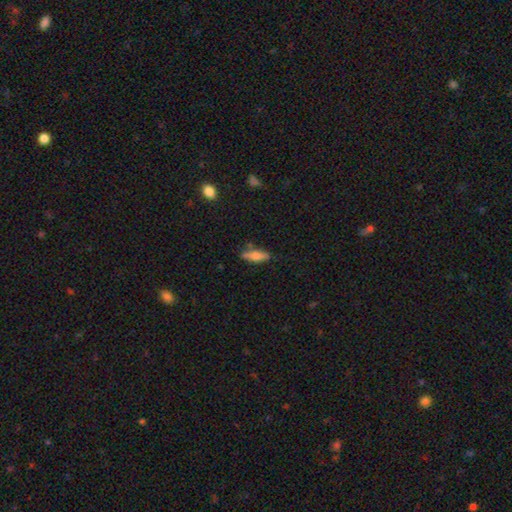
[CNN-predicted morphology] The model was most divided on "how rounded": in between: 53%, cigar-shaped: 44%, round: 3%. More confident: merging — none (68%); smooth or featured — smooth (63%).